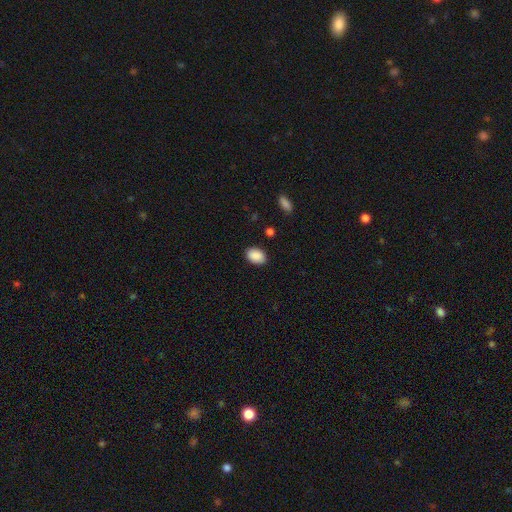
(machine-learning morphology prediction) Smooth or featured?
  - smooth: 90% *
  - star or artifact: 7%
  - featured or disk: 3%
How rounded?
  - in between: 83% *
  - round: 16%
  - cigar-shaped: 1%
Merging?
  - none: 87% *
  - minor disturbance: 9%
  - major disturbance: 2%
  - merger: 1%